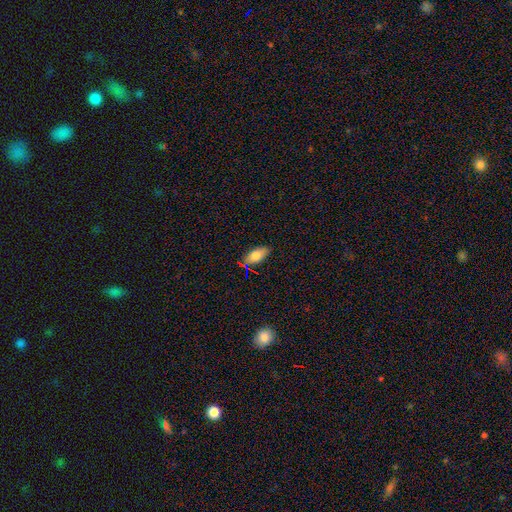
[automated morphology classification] Smooth or featured: smooth — 77% (featured or disk — 15%)
How rounded: in between — 89% (cigar-shaped — 8%)
Merging: none — 78% (minor disturbance — 16%)